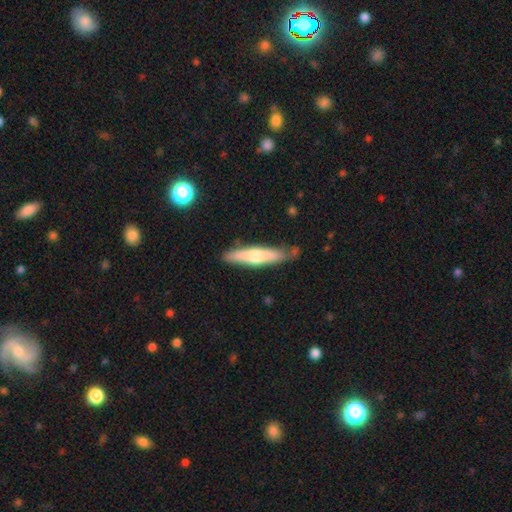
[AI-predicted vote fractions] smooth-or-featured: smooth: 54% | featured or disk: 41% | star or artifact: 5%
  how-rounded: cigar-shaped: 85% | in between: 13% | round: 1%
  merging: none: 78% | minor disturbance: 16% | merger: 3% | major disturbance: 3%